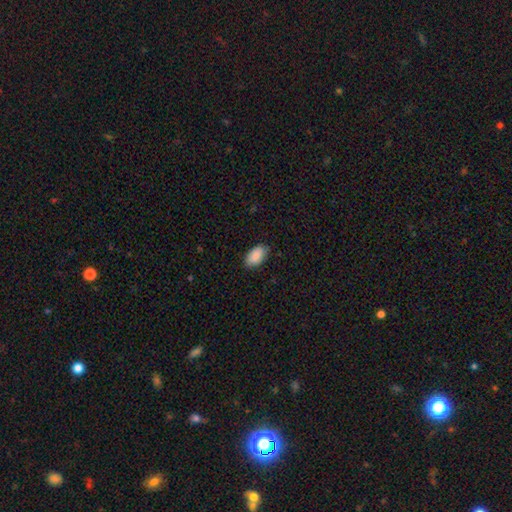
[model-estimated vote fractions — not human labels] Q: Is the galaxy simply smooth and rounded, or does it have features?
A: smooth — 90%.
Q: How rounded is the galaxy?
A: in between — 95%.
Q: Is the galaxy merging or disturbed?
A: none — 84%.